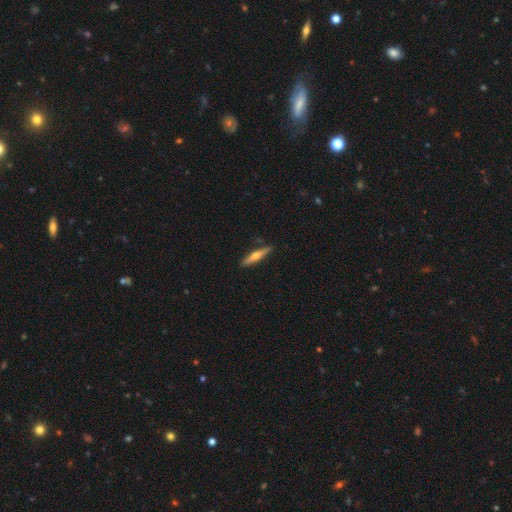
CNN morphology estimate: Smooth or featured? Predicted: featured or disk (p=0.55). Edge-on disk? Predicted: yes (p=0.96). Edge-on bulge? Predicted: rounded (p=0.91). Merging? Predicted: none (p=0.88).